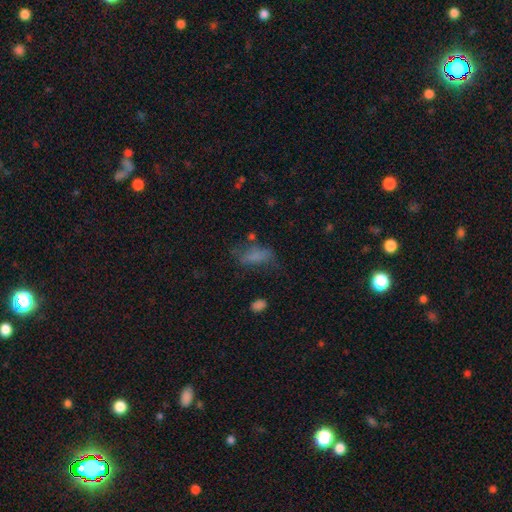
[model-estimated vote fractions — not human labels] Overall: smooth (67%). How rounded: in between (78%). Merging: none (43%; minor disturbance 26%).